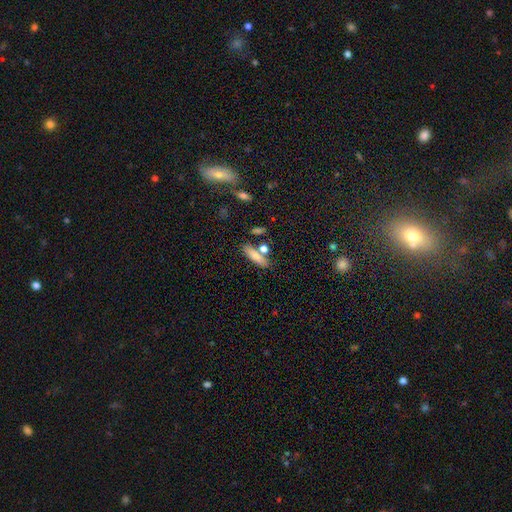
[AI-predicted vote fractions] Smooth or featured? Predicted: smooth (p=0.76). How rounded? Predicted: cigar-shaped (p=0.53). Merging? Predicted: none (p=0.68).